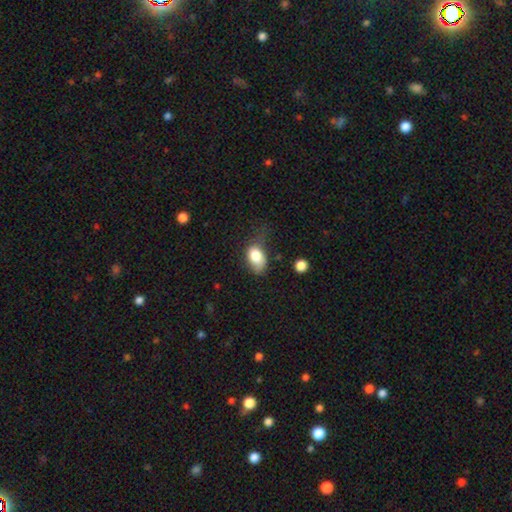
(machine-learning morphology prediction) Smooth or featured? smooth (79%)
How rounded? in between (80%)
Merging? minor disturbance (38%)